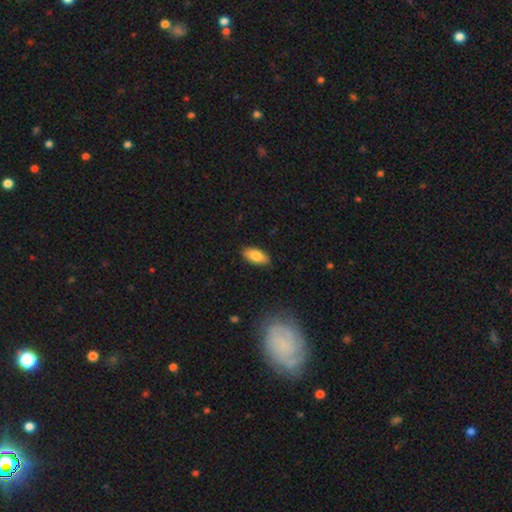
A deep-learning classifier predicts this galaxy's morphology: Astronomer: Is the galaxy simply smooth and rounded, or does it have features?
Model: smooth — 81%.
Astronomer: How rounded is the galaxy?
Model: in between — 91%.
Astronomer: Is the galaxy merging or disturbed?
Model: none — 87%.